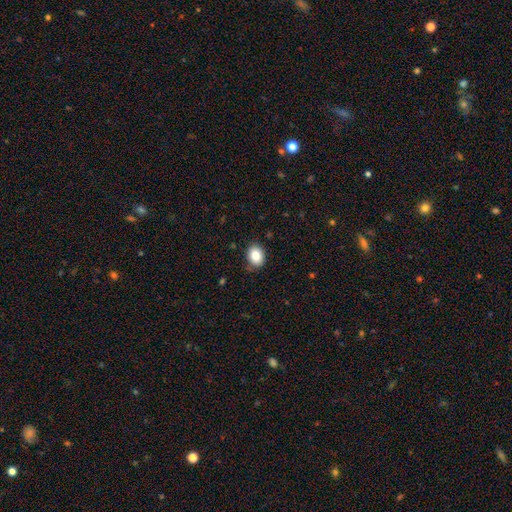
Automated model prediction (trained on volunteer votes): Smooth or featured?
  - smooth: 84% *
  - star or artifact: 9%
  - featured or disk: 7%
How rounded?
  - in between: 60% *
  - round: 39%
  - cigar-shaped: 1%
Merging?
  - none: 86% *
  - minor disturbance: 11%
  - major disturbance: 2%
  - merger: 1%